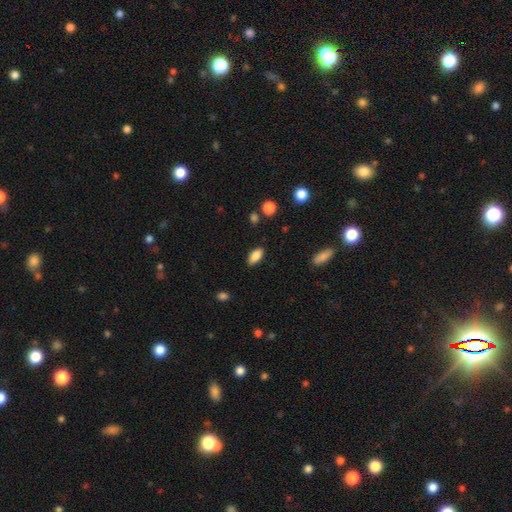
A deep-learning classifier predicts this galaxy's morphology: Q: Smooth or featured?
A: smooth (87%); runner-up: star or artifact (7%)
Q: How rounded?
A: in between (88%); runner-up: cigar-shaped (9%)
Q: Merging?
A: none (86%); runner-up: minor disturbance (10%)